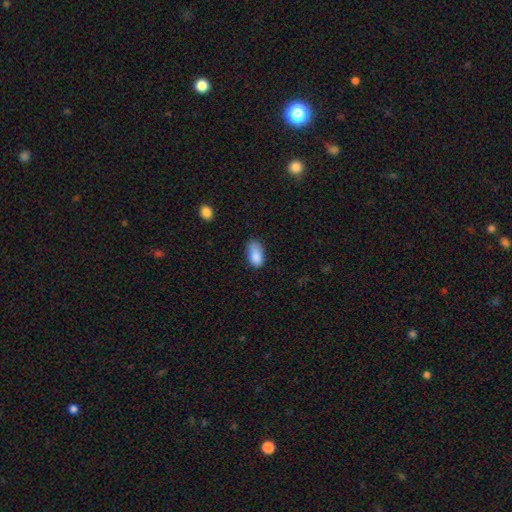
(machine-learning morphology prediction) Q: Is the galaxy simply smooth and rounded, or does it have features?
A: smooth — 86%.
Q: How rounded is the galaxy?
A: in between — 92%.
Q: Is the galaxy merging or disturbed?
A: none — 52%.